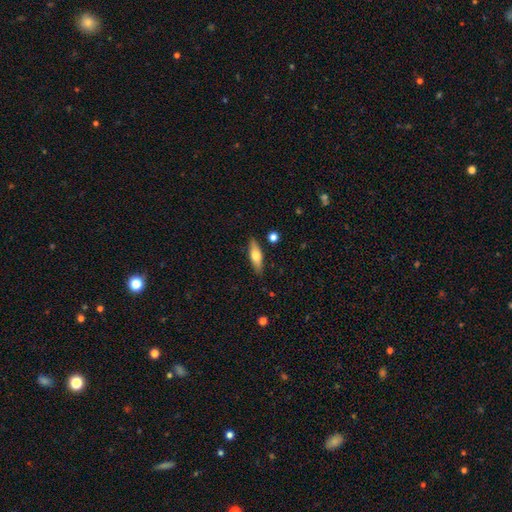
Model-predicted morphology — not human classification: A smooth galaxy with no disk features (57%) that is cigar-shaped (49%). Merging: none (85%).